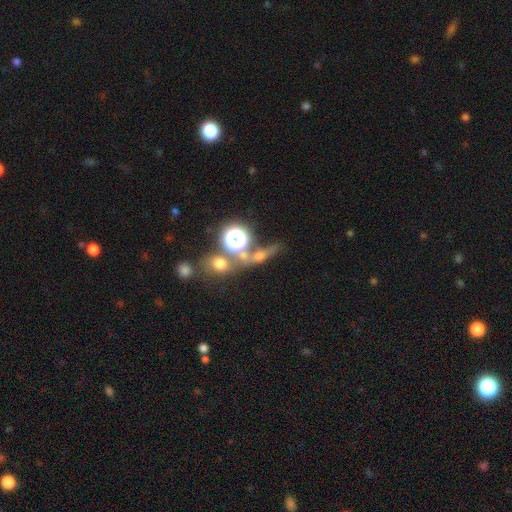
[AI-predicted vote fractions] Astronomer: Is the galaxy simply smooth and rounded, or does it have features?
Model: smooth — 40% (runner-up: star or artifact, 34%).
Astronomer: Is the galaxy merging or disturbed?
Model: none — 54%.